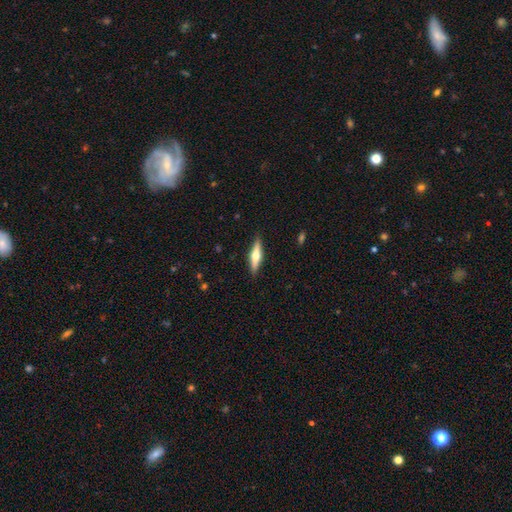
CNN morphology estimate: Q: Smooth or featured?
A: featured or disk (57%); runner-up: smooth (37%)
Q: Edge-on disk?
A: yes (95%); runner-up: no (5%)
Q: Edge-on bulge?
A: rounded (93%); runner-up: boxy (4%)
Q: Merging?
A: none (89%); runner-up: minor disturbance (8%)